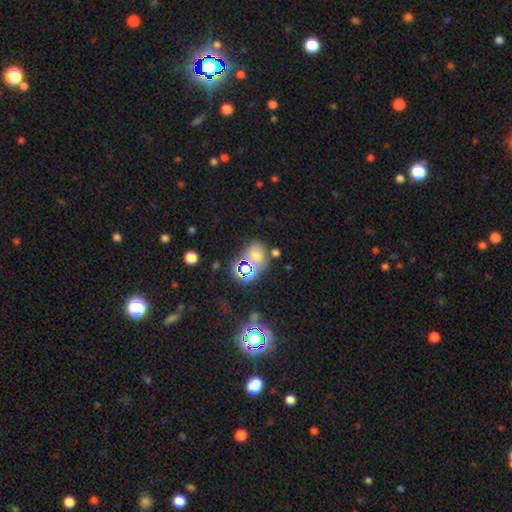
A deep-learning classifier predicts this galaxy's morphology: Smooth or featured? Predicted: star or artifact (p=0.45).